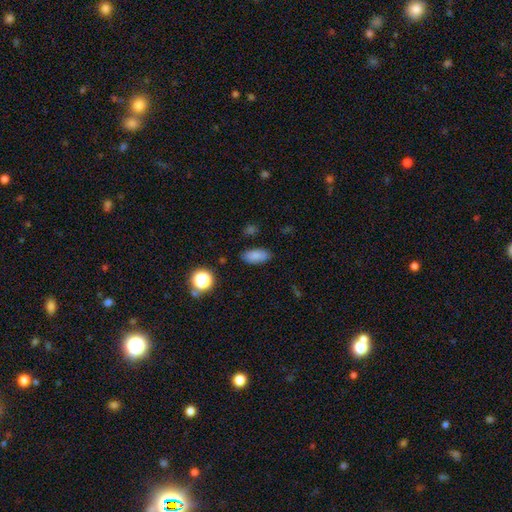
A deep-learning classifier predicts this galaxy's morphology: A smooth galaxy with no disk features (84%) that is in between round and cigar-shaped (88%).

Vote fractions:
- Smooth or featured? smooth: 84% / star or artifact: 10% / featured or disk: 6%
- How rounded? in between: 88% / cigar-shaped: 8% / round: 4%
- Merging? none: 85% / minor disturbance: 11% / major disturbance: 3% / merger: 2%